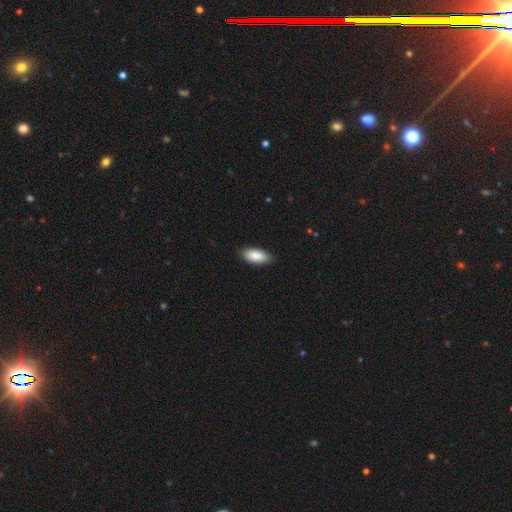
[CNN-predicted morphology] smooth-or-featured: smooth: 87% | featured or disk: 7% | star or artifact: 6%
  how-rounded: in between: 89% | cigar-shaped: 9% | round: 2%
  merging: none: 85% | minor disturbance: 12% | major disturbance: 2% | merger: 1%